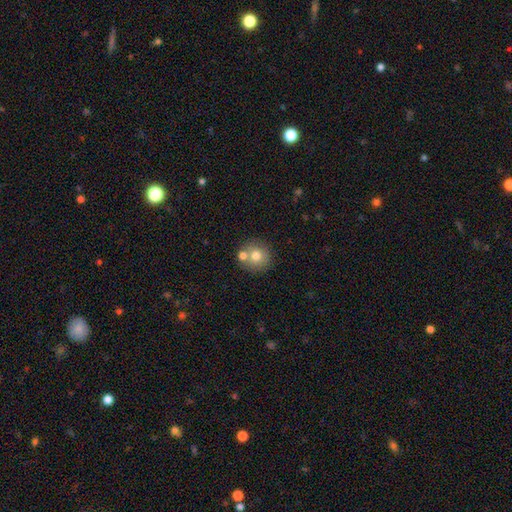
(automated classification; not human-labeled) A smooth galaxy with no disk features (73%) that is round (90%). Merging: none (63%).